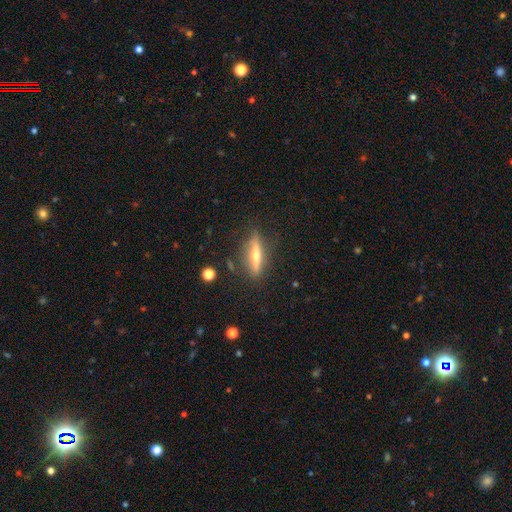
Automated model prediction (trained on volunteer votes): Overall: featured or disk (65%; smooth 28%). Edge-on disk: yes (93%). Edge-on bulge: rounded (90%). Merging: none (84%).